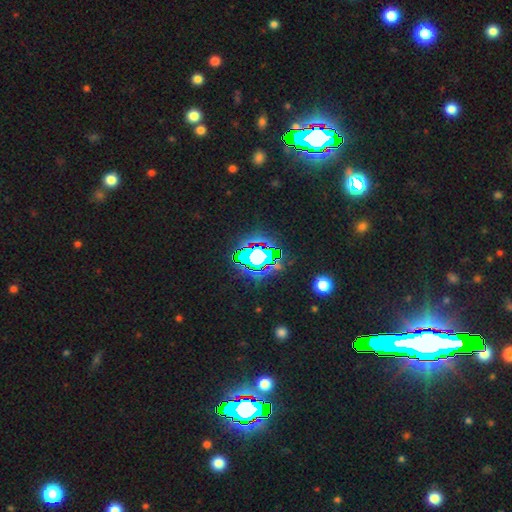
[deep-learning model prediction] Smooth or featured: star or artifact — 71% (smooth — 16%)